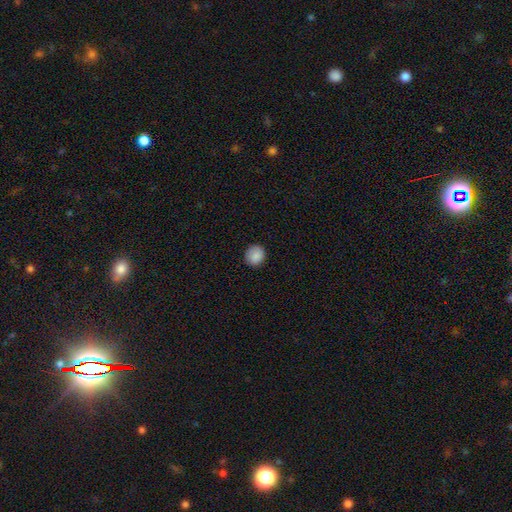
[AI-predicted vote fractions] Smooth or featured: smooth — 87% (star or artifact — 8%)
How rounded: round — 83% (in between — 16%)
Merging: none — 87% (minor disturbance — 10%)